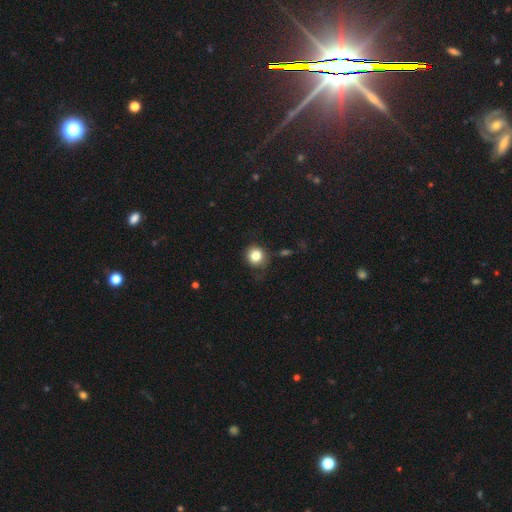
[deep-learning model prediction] Morphology: type=smooth (82%); roundness=round (87%); merging=none (75%).